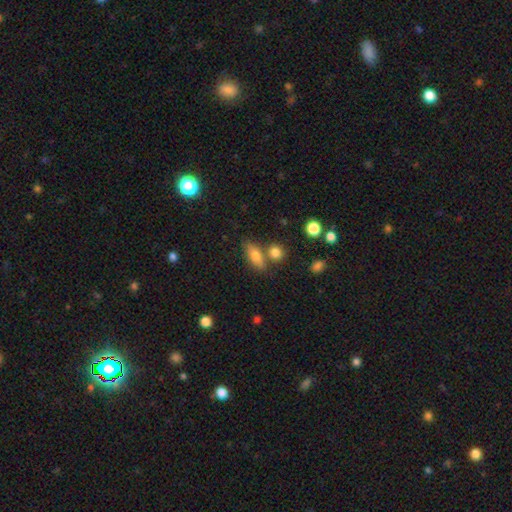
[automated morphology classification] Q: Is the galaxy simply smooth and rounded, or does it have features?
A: smooth — 71%.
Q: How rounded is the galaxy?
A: in between — 67%.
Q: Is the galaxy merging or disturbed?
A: none — 65%.